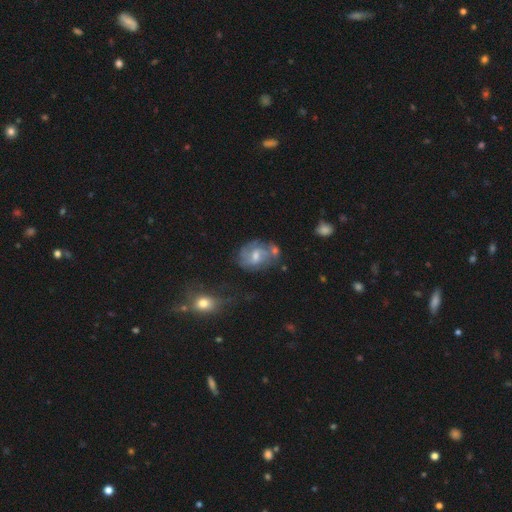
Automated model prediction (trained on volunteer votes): The model was most divided on "spiral winding": medium: 44%, tight: 35%, loose: 20%. More confident: edge-on disk — no (97%); spiral arms — yes (83%); smooth or featured — featured or disk (70%); bulge size — moderate (56%); spiral arm count — 2 (54%); bar — weak (53%); merging — none (51%).